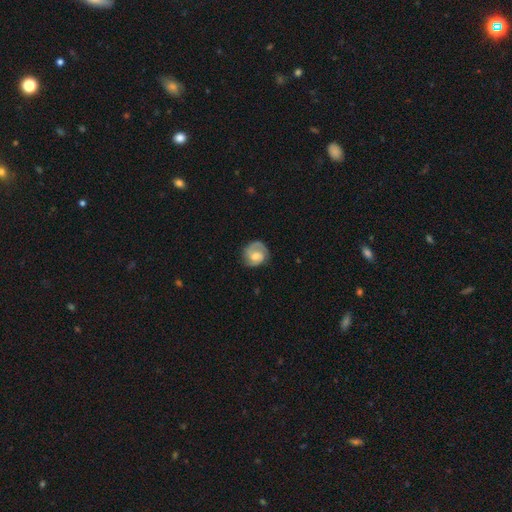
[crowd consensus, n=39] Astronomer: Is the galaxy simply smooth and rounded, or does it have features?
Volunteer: featured or disk — 69%.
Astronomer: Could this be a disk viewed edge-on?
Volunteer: no — 100%.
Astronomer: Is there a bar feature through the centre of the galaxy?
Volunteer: weak — 48%, tied with no at 48%.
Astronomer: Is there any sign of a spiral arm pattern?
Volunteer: yes — 89%.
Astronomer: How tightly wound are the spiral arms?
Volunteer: tight — 42% (runner-up: medium, 38%).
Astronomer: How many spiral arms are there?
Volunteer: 2 — 79%.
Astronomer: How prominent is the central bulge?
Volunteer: moderate — 63%.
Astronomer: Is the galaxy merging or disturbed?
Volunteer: none — 51% (runner-up: minor disturbance, 31%).